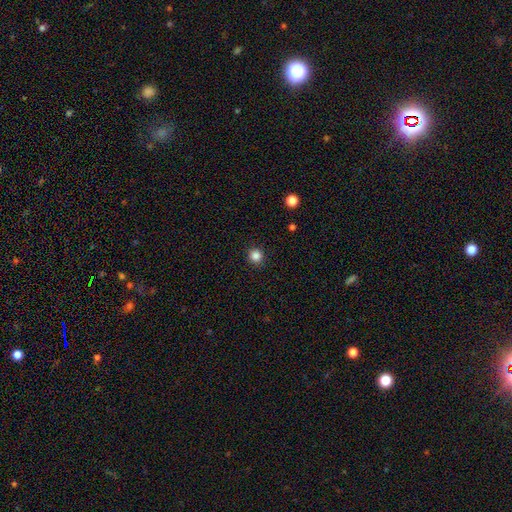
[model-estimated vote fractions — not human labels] A smooth galaxy with no disk features (85%) that is round (95%). Merging: none (92%).